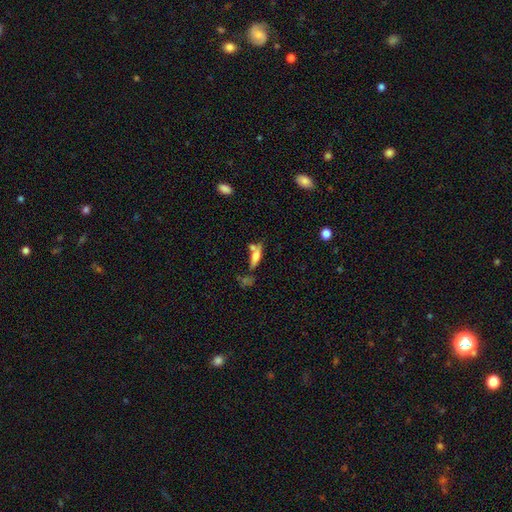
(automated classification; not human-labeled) Morphology: type=smooth (54%); roundness=cigar-shaped (59%); merging=none (53%).